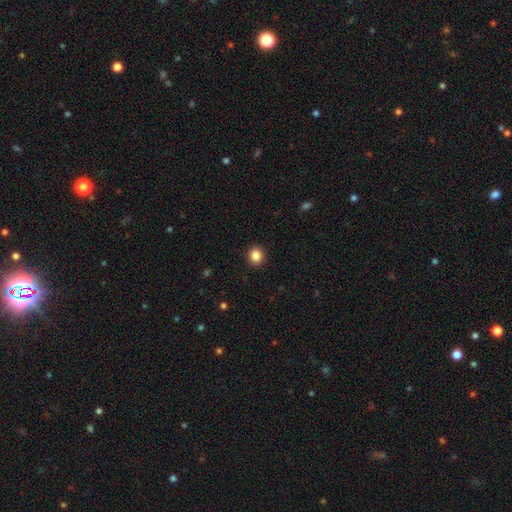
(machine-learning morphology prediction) This is clearly a smooth galaxy (86%). How rounded: clearly round (84%). Merging: clearly none (92%).